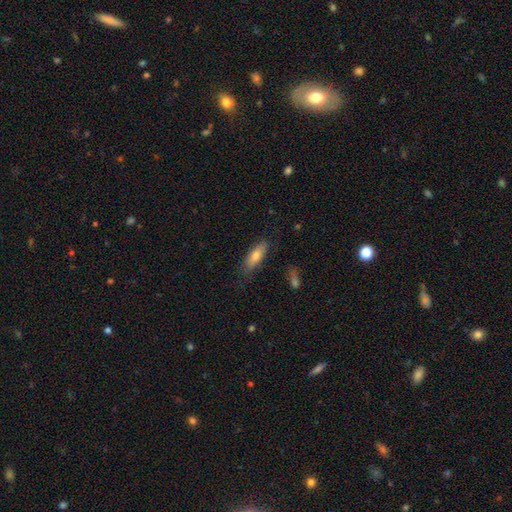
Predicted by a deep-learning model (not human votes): Q: Smooth or featured?
A: smooth (71%); runner-up: featured or disk (22%)
Q: How rounded?
A: in between (60%); runner-up: cigar-shaped (38%)
Q: Merging?
A: none (74%); runner-up: minor disturbance (19%)